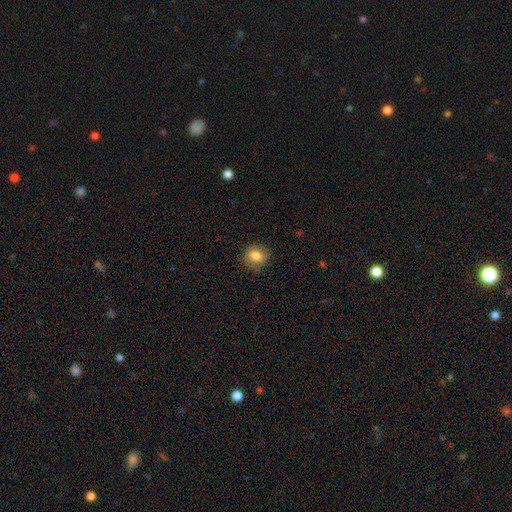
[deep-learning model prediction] Overall: smooth (81%). How rounded: round (64%; in between 35%). Merging: none (80%).